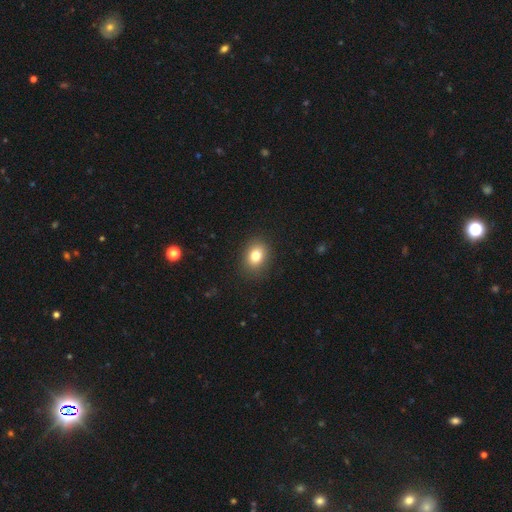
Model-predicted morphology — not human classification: smooth-or-featured: smooth: 81% | star or artifact: 10% | featured or disk: 9%
  how-rounded: in between: 57% | round: 42% | cigar-shaped: 1%
  merging: none: 87% | minor disturbance: 9% | major disturbance: 3% | merger: 1%